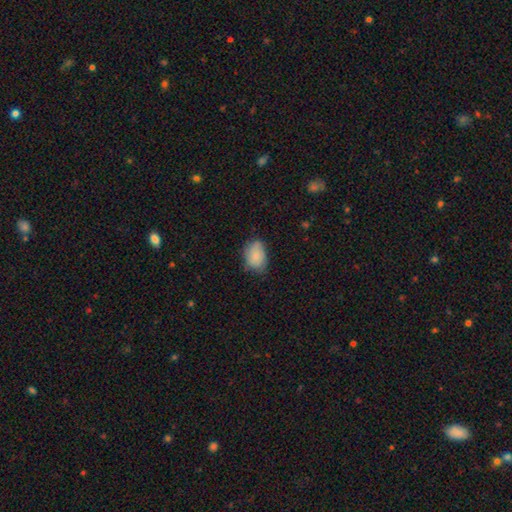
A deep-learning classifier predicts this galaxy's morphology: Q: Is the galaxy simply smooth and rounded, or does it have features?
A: smooth — 76%.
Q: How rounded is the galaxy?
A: in between — 78%.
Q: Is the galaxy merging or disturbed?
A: none — 61%.